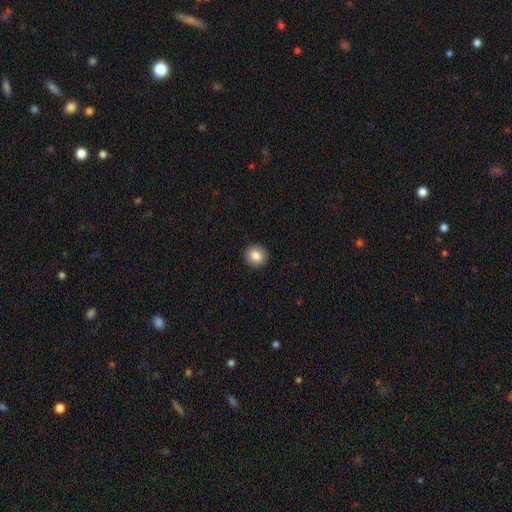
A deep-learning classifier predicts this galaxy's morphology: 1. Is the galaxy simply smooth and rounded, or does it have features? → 85% smooth, 9% star or artifact, 7% featured or disk.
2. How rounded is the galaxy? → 93% round, 6% in between, 1% cigar-shaped.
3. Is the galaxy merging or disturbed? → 93% none, 4% minor disturbance, 1% major disturbance, 1% merger.